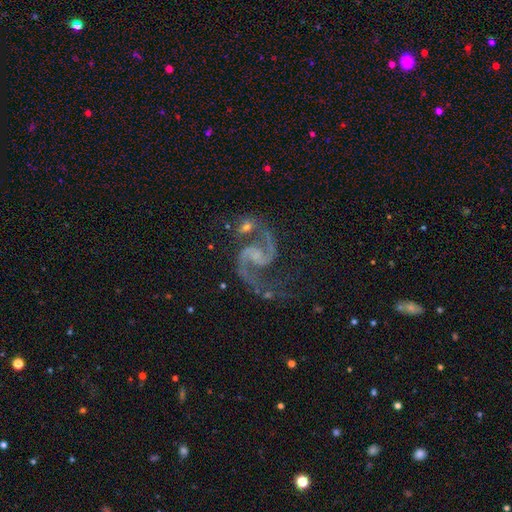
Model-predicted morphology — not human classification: This appears to be a featured or disk galaxy (92%) with no bar (48%), 2 (94%) medium (54%) spiral arms (98%) and no central bulge (40%). Merging: none (55%).